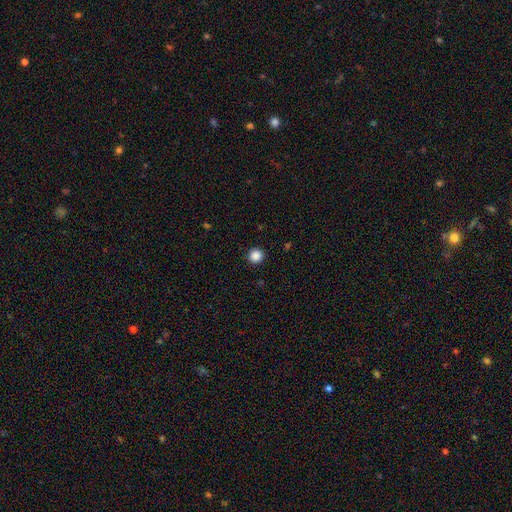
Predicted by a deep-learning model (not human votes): Smooth or featured: smooth — 87% (star or artifact — 10%)
How rounded: round — 95% (in between — 4%)
Merging: none — 93% (minor disturbance — 4%)